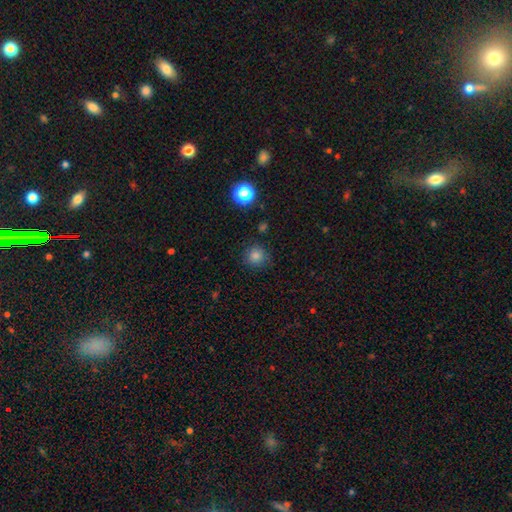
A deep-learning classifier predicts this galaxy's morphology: smooth-or-featured: smooth: 81% | star or artifact: 14% | featured or disk: 5%
  how-rounded: round: 93% | in between: 6% | cigar-shaped: 1%
  merging: none: 85% | minor disturbance: 10% | major disturbance: 3% | merger: 2%